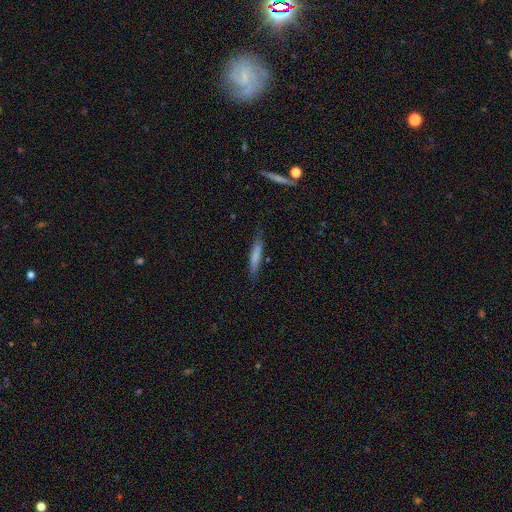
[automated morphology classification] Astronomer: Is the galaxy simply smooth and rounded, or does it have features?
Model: smooth — 75%.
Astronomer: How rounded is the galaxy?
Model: cigar-shaped — 90%.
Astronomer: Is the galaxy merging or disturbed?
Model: none — 79%.